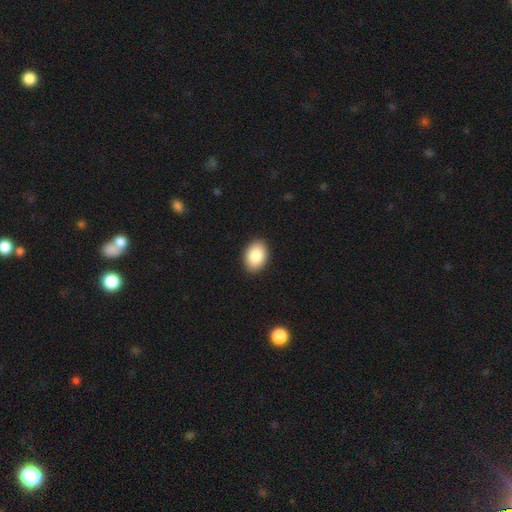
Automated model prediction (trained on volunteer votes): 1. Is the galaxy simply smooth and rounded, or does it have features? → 88% smooth, 7% star or artifact, 6% featured or disk.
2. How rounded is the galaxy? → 82% in between, 17% round, 1% cigar-shaped.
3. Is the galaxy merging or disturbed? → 90% none, 7% minor disturbance, 2% major disturbance, 1% merger.